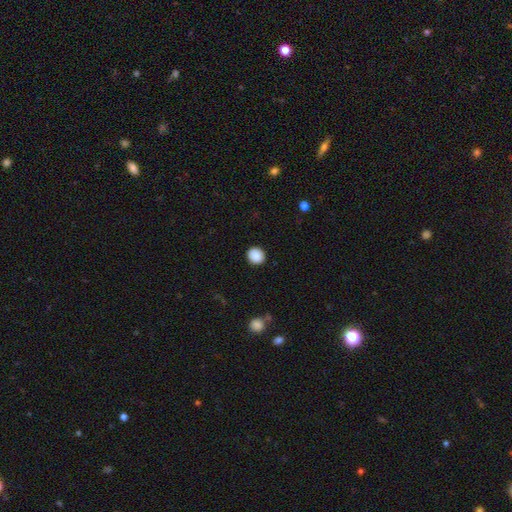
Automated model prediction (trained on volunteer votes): Q: Smooth or featured?
A: smooth (88%); runner-up: star or artifact (8%)
Q: How rounded?
A: round (85%); runner-up: in between (14%)
Q: Merging?
A: none (90%); runner-up: minor disturbance (6%)